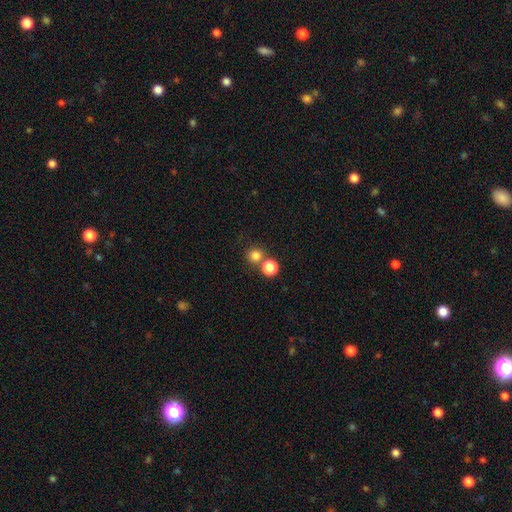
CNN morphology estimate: Smooth or featured? Predicted: smooth (p=0.81). How rounded? Predicted: round (p=0.91). Merging? Predicted: none (p=0.66).